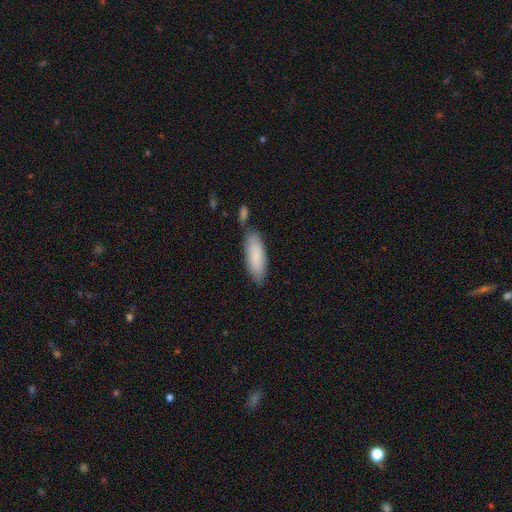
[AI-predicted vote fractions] This is clearly a smooth galaxy (84%). How rounded: possibly in between (59%). Merging: likely none (71%).